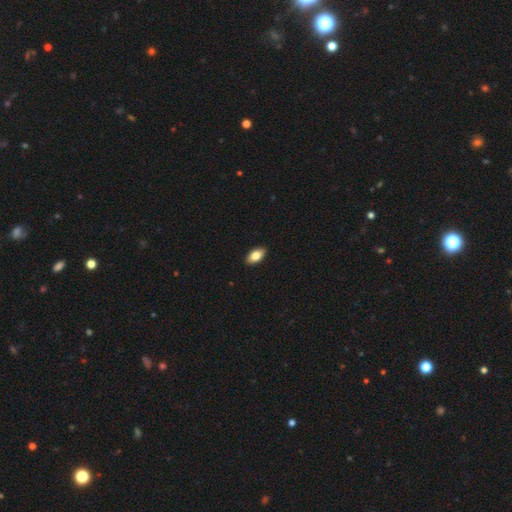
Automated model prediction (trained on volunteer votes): smooth_or_featured: smooth (p=0.81) [alt: featured or disk p=0.13]
how_rounded: in between (p=0.92) [alt: cigar-shaped p=0.04]
merging: none (p=0.91) [alt: minor disturbance p=0.07]